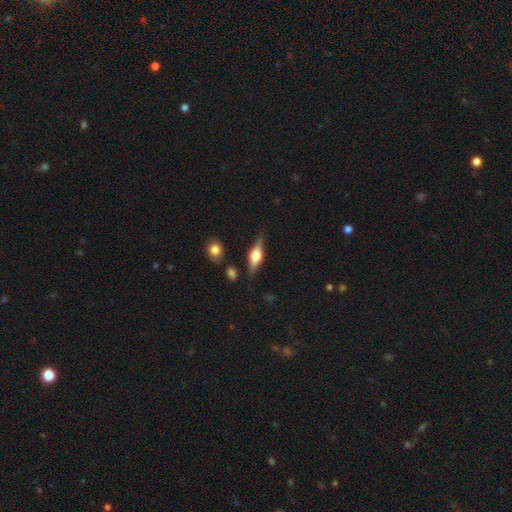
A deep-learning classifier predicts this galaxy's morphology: Overall: featured or disk (61%; smooth 33%). Edge-on disk: yes (94%). Edge-on bulge: rounded (90%). Merging: none (81%).